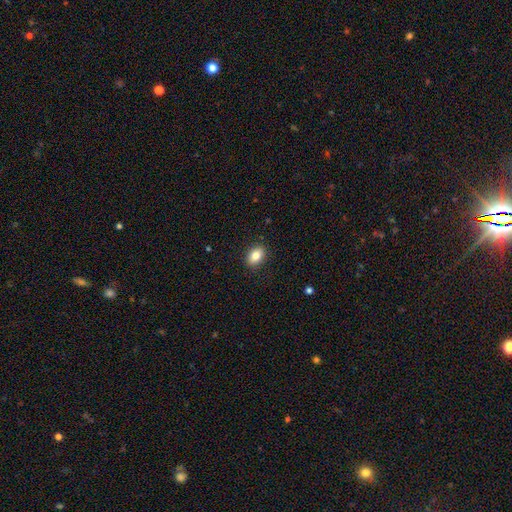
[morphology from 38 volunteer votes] This is clearly a smooth galaxy (82%). How rounded: likely in between (68%). Merging: clearly none (86%).